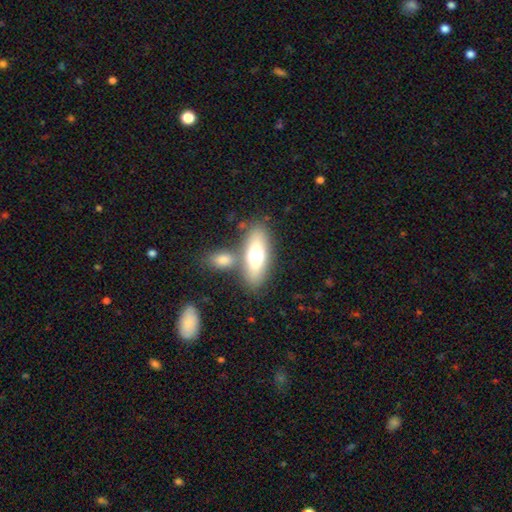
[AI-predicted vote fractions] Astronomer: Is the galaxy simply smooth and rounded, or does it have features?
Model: smooth — 66%.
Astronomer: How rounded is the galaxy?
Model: in between — 71%.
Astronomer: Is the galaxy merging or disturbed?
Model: none — 62%.